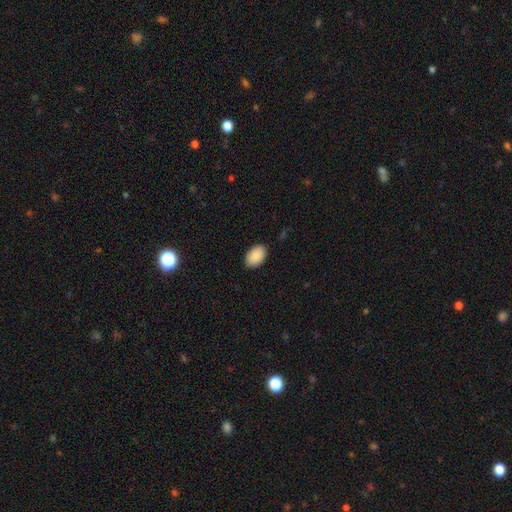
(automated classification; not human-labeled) Smooth or featured?
  - smooth: 90% *
  - star or artifact: 6%
  - featured or disk: 4%
How rounded?
  - in between: 90% *
  - round: 9%
  - cigar-shaped: 1%
Merging?
  - none: 88% *
  - minor disturbance: 9%
  - major disturbance: 2%
  - merger: 1%